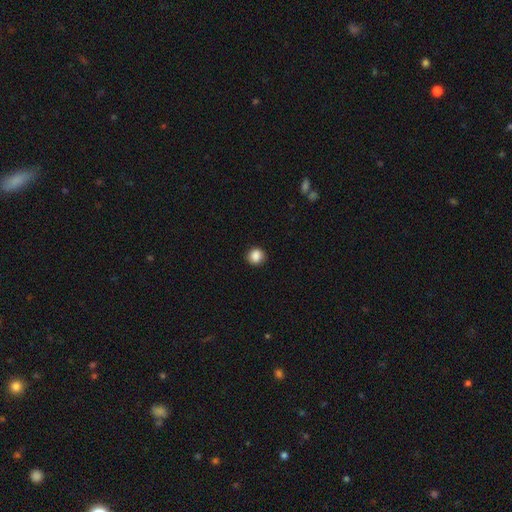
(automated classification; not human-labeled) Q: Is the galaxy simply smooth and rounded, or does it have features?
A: smooth — 87%.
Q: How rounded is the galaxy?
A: round — 88%.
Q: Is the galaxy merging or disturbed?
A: none — 89%.